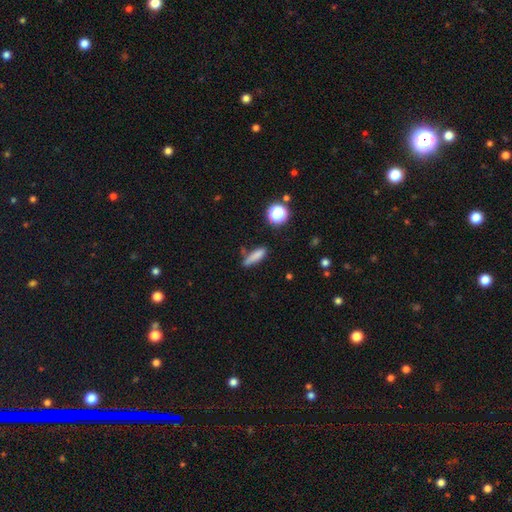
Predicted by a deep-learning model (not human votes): A smooth galaxy with no disk features (79%) that is cigar-shaped (64%).

Vote fractions:
- Smooth or featured? smooth: 79% / star or artifact: 11% / featured or disk: 10%
- How rounded? cigar-shaped: 64% / in between: 32% / round: 4%
- Merging? none: 64% / minor disturbance: 23% / major disturbance: 6% / merger: 6%